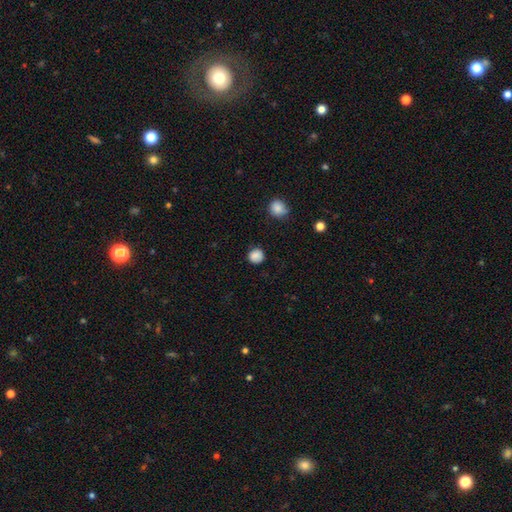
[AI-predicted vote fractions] smooth-or-featured: smooth: 86% | star or artifact: 10% | featured or disk: 3%
  how-rounded: round: 90% | in between: 9% | cigar-shaped: 1%
  merging: none: 86% | minor disturbance: 10% | major disturbance: 3% | merger: 2%